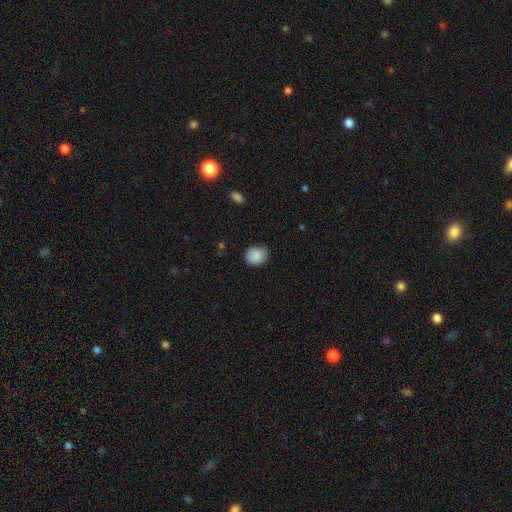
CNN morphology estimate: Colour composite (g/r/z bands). It shows a smooth galaxy with no disk features (87%) that is round (69%). Merging: none (69%).